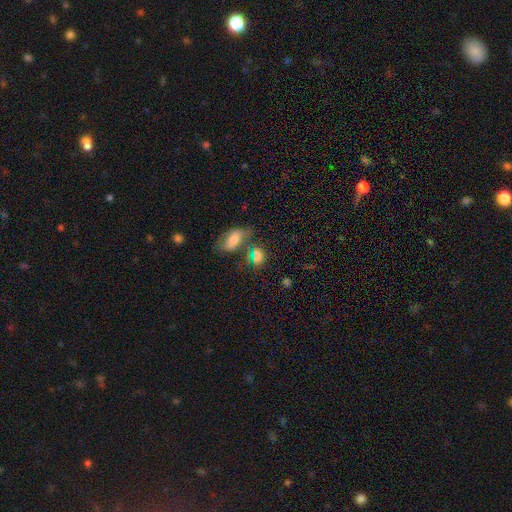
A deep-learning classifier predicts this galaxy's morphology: smooth-or-featured: smooth: 71% | star or artifact: 17% | featured or disk: 12%
  how-rounded: in between: 67% | round: 29% | cigar-shaped: 4%
  merging: none: 55% | merger: 22% | minor disturbance: 15% | major disturbance: 7%